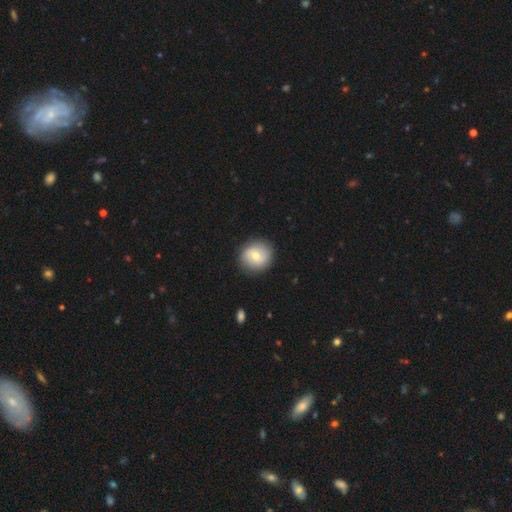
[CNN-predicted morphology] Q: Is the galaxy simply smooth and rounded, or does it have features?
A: smooth — 62%.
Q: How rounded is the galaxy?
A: round — 88%.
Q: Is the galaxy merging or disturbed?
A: none — 88%.